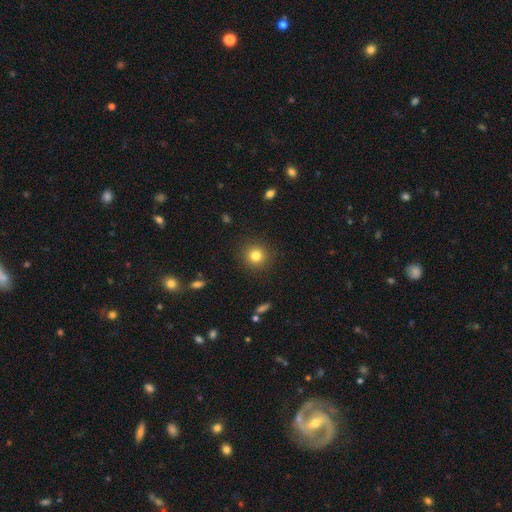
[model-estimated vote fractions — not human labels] A smooth galaxy with no disk features (81%) that is round (93%). Merging: none (90%).